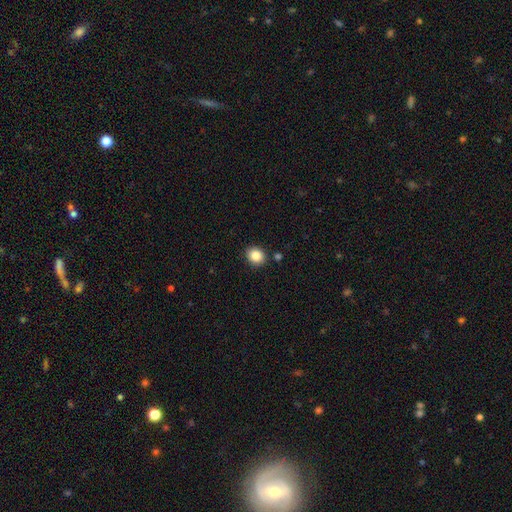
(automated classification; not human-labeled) Smooth or featured: smooth — 85% (star or artifact — 10%)
How rounded: round — 69% (in between — 30%)
Merging: none — 87% (minor disturbance — 8%)